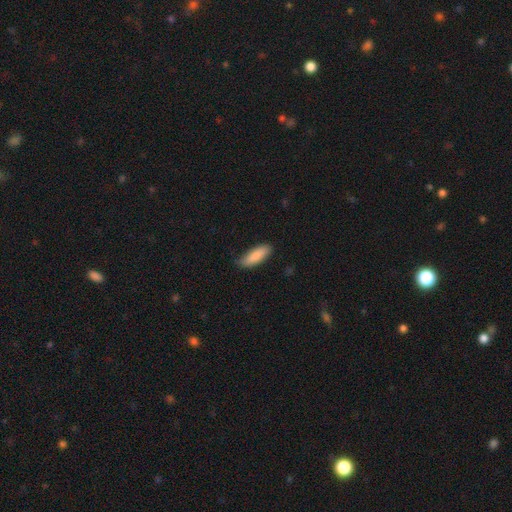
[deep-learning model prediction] Q: Smooth or featured?
A: smooth (87%); runner-up: featured or disk (7%)
Q: How rounded?
A: in between (61%); runner-up: cigar-shaped (38%)
Q: Merging?
A: none (81%); runner-up: minor disturbance (16%)